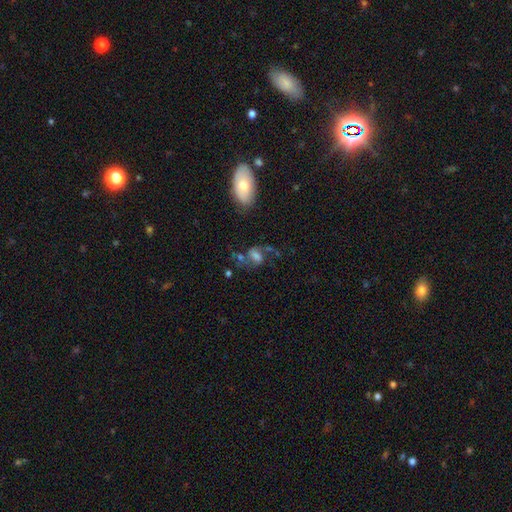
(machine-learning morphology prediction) Smooth or featured? Predicted: featured or disk (p=0.49). Merging? Predicted: none (p=0.39).